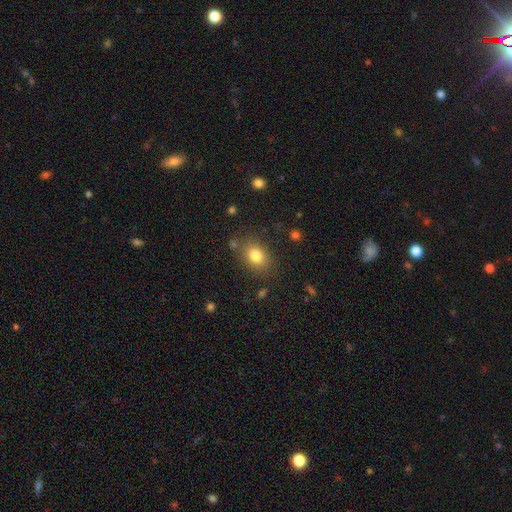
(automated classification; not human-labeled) Smooth or featured: smooth — 80% (star or artifact — 11%)
How rounded: in between — 63% (round — 36%)
Merging: none — 79% (minor disturbance — 13%)